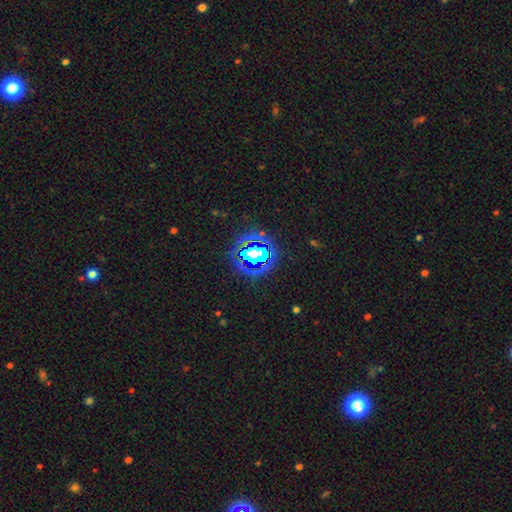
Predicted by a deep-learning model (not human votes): A star or artifact, not a galaxy (82%).

Vote fractions:
- Smooth or featured? star or artifact: 82% / smooth: 12% / featured or disk: 7%